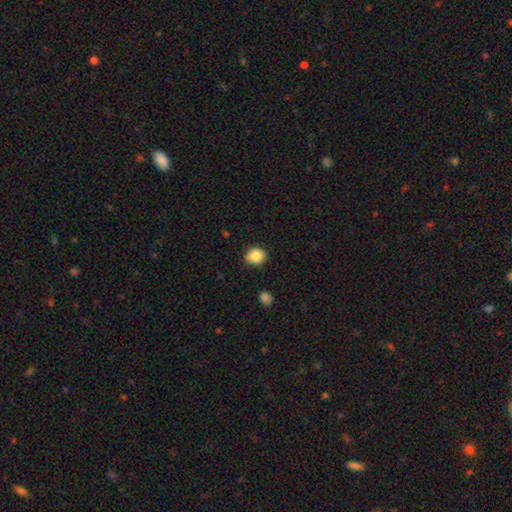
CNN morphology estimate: Smooth or featured? Predicted: smooth (p=0.87). How rounded? Predicted: round (p=0.70). Merging? Predicted: none (p=0.86).